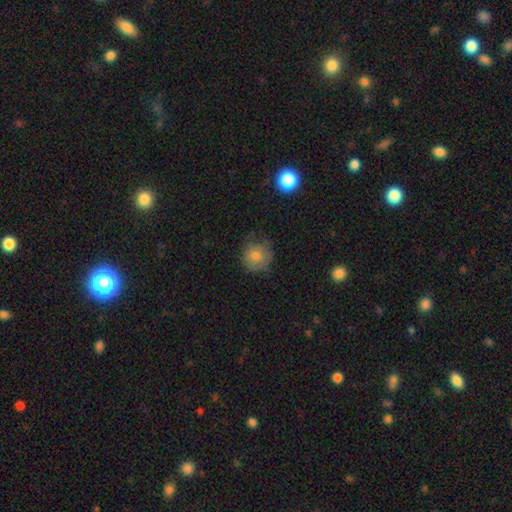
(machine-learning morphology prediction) Smooth or featured? smooth (78%)
How rounded? round (91%)
Merging? none (73%)